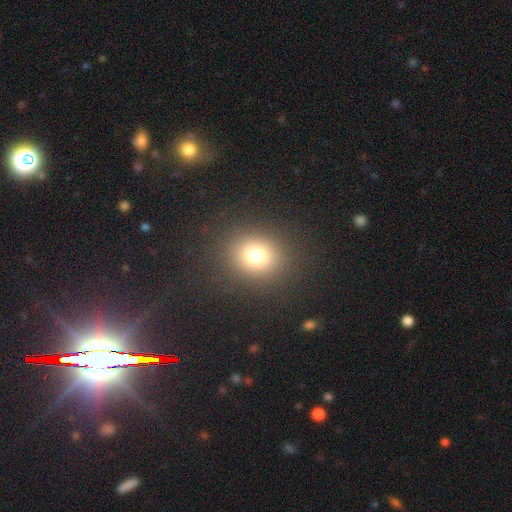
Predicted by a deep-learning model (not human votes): Q: Smooth or featured?
A: smooth (75%); runner-up: star or artifact (16%)
Q: How rounded?
A: round (74%); runner-up: in between (25%)
Q: Merging?
A: none (88%); runner-up: minor disturbance (7%)